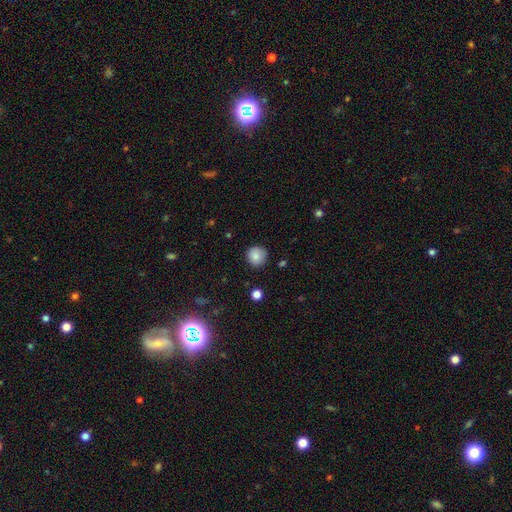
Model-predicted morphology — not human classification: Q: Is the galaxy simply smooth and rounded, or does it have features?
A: smooth — 85%.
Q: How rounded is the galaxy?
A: round — 93%.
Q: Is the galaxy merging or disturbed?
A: none — 87%.